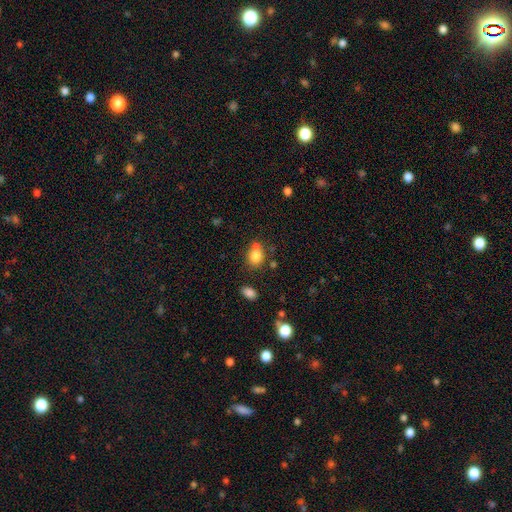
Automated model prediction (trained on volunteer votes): Smooth or featured: smooth — 81% (star or artifact — 11%)
How rounded: round — 60% (in between — 39%)
Merging: none — 57% (merger — 22%)